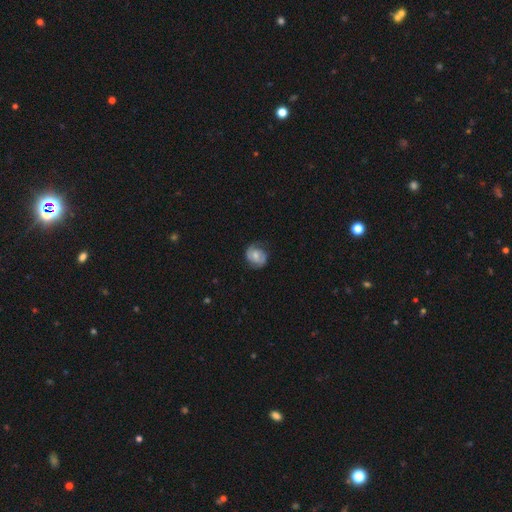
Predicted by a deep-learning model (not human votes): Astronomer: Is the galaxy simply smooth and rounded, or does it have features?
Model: featured or disk — 51% (runner-up: smooth, 42%).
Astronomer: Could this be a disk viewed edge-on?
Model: no — 97%.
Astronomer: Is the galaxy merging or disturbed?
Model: none — 68%.